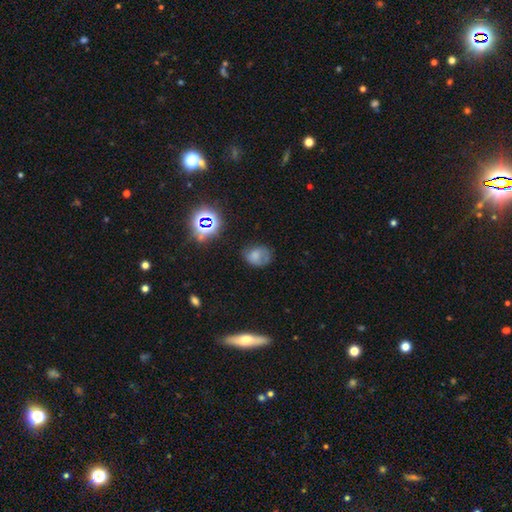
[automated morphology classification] Smooth or featured: smooth — 66% (star or artifact — 18%)
How rounded: in between — 56% (round — 43%)
Merging: none — 50% (minor disturbance — 31%)